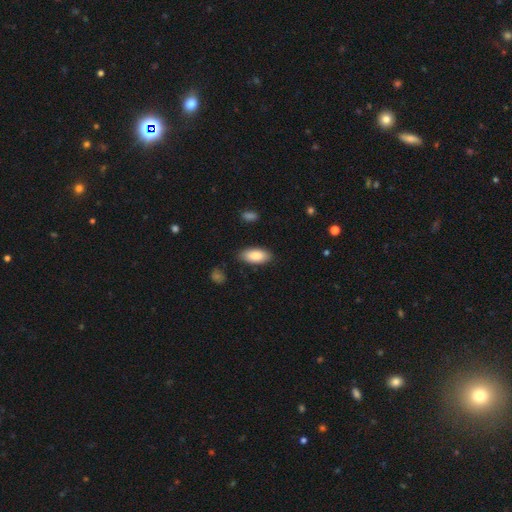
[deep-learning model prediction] smooth 85%, featured or disk 9%, star or artifact 6%. Down the decision tree: how rounded — in between (89%); merging — none (84%).